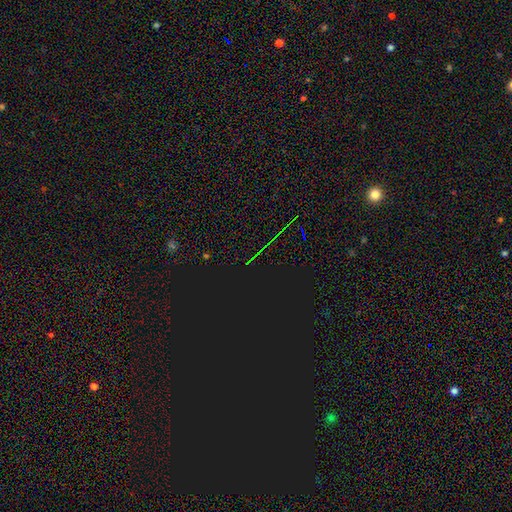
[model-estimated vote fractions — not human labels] A star or artifact, not a galaxy (82%).

Vote fractions:
- Smooth or featured? star or artifact: 82% / smooth: 10% / featured or disk: 7%